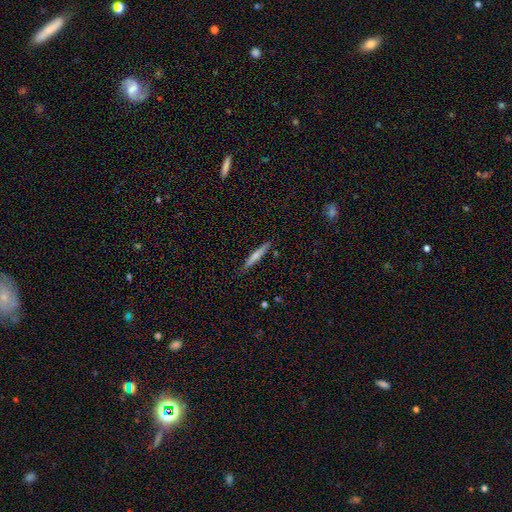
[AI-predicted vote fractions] Overall: smooth (56%; featured or disk 38%). How rounded: cigar-shaped (94%). Merging: none (86%).